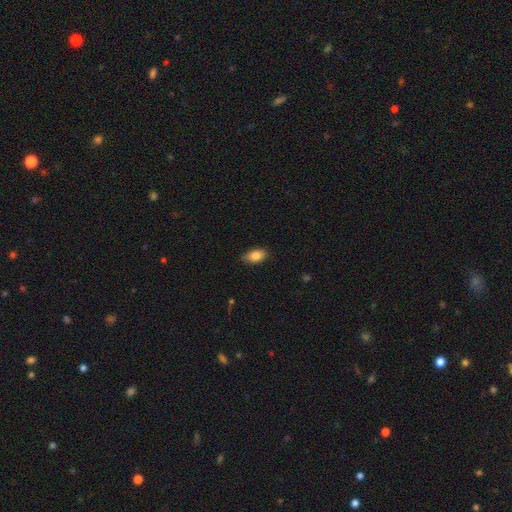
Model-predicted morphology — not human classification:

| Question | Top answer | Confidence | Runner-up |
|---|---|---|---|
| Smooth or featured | smooth | 86% | star or artifact (7%) |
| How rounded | in between | 91% | round (6%) |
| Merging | none | 80% | minor disturbance (16%) |